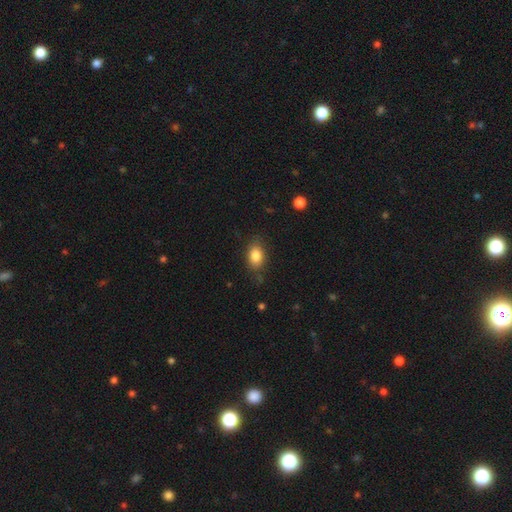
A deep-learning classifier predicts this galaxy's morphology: A smooth galaxy with no disk features (84%) that is in between round and cigar-shaped (81%).

Vote fractions:
- Smooth or featured? smooth: 84% / star or artifact: 9% / featured or disk: 8%
- How rounded? in between: 81% / round: 17% / cigar-shaped: 2%
- Merging? none: 78% / minor disturbance: 17% / major disturbance: 4% / merger: 1%